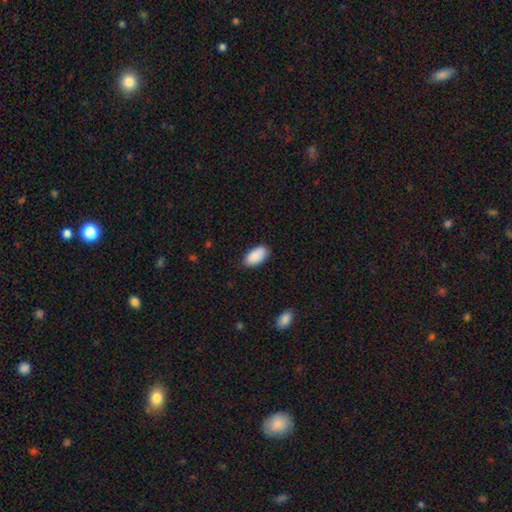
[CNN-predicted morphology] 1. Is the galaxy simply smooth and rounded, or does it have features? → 90% smooth, 6% star or artifact, 4% featured or disk.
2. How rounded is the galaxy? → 95% in between, 3% cigar-shaped, 2% round.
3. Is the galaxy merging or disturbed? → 83% none, 13% minor disturbance, 2% major disturbance, 1% merger.